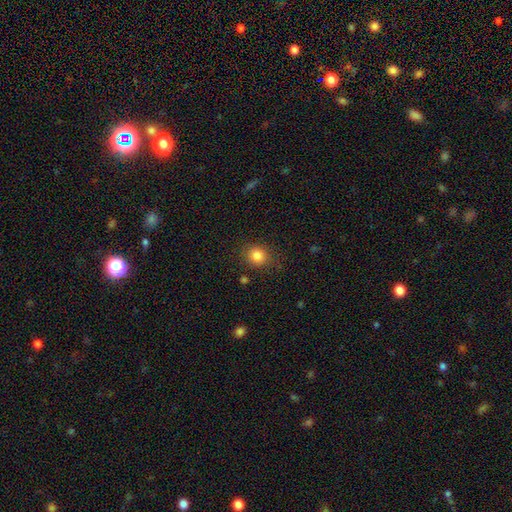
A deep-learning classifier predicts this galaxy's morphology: Q: Smooth or featured?
A: smooth (84%); runner-up: star or artifact (10%)
Q: How rounded?
A: round (77%); runner-up: in between (22%)
Q: Merging?
A: none (81%); runner-up: minor disturbance (13%)